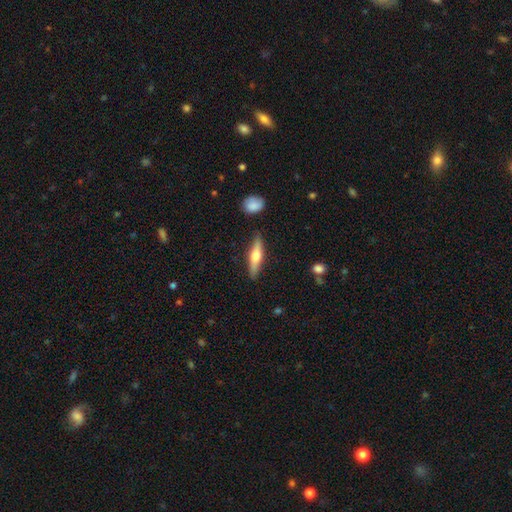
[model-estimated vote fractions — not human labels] Smooth or featured? Predicted: featured or disk (p=0.51). Edge-on disk? Predicted: yes (p=0.94). Merging? Predicted: none (p=0.85).